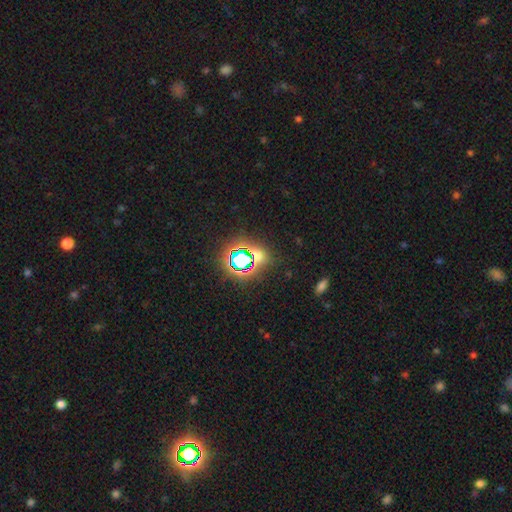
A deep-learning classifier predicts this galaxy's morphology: Smooth or featured? star or artifact (63%)